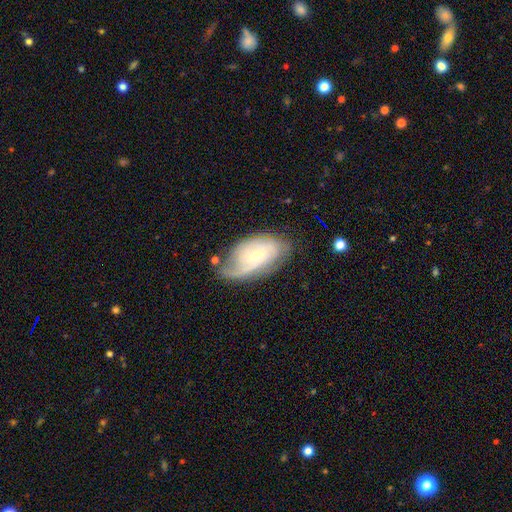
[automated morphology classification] The model was most divided on "spiral arm count": can't tell: 36%, 2: 28%, 1: 22%, 3: 8%, 4: 3%, more than 4: 2%. Remaining: edge-on disk — no (94%); spiral arms — yes (85%); smooth or featured — featured or disk (69%); bulge size — small (69%); bar — no (68%); merging — none (55%); spiral winding — tight (48%).